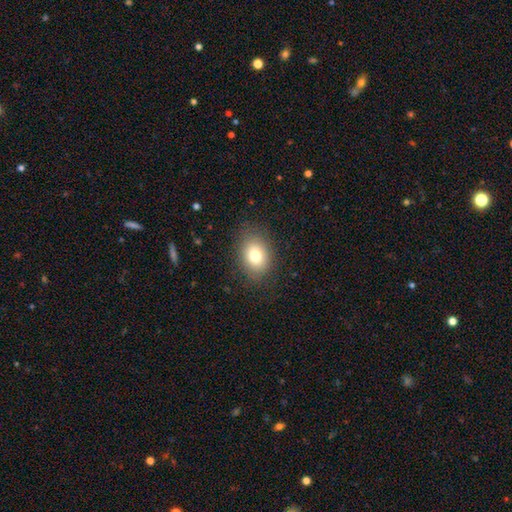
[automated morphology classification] smooth-or-featured: smooth: 77% | featured or disk: 12% | star or artifact: 11%
  how-rounded: in between: 64% | round: 35% | cigar-shaped: 1%
  merging: none: 84% | minor disturbance: 11% | major disturbance: 4% | merger: 1%